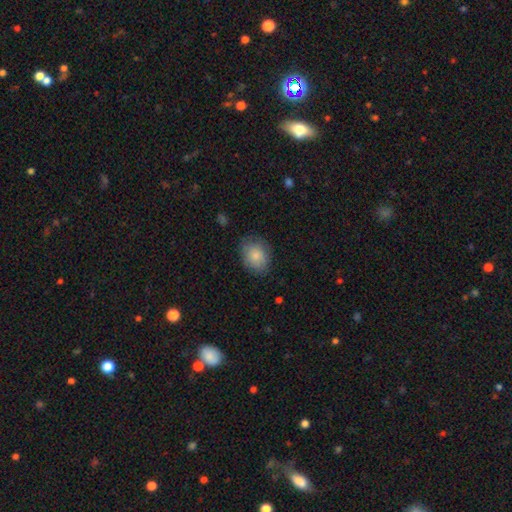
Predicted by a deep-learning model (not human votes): Smooth or featured? Predicted: smooth (p=0.84). How rounded? Predicted: in between (p=0.57). Merging? Predicted: none (p=0.78).